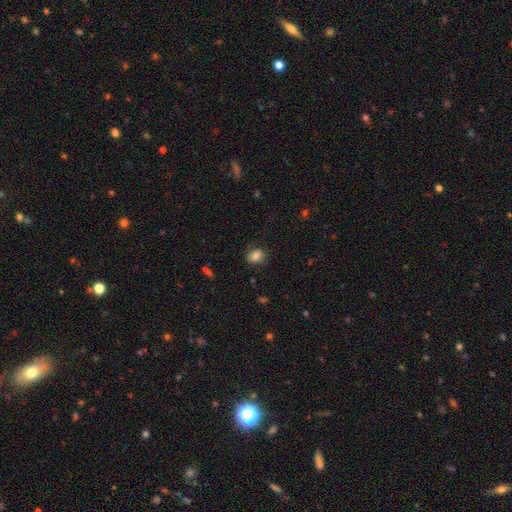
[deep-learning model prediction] The model was most divided on "how rounded": round: 64%, in between: 35%, cigar-shaped: 1%. More confident: merging — none (82%); smooth or featured — smooth (81%).